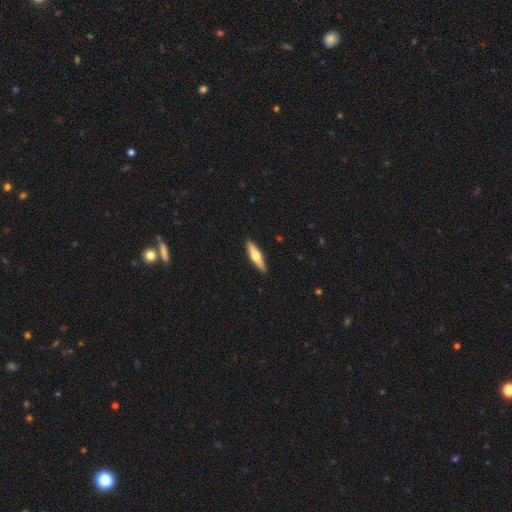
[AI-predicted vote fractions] Morphology: type=smooth (48%); merging=none (91%).